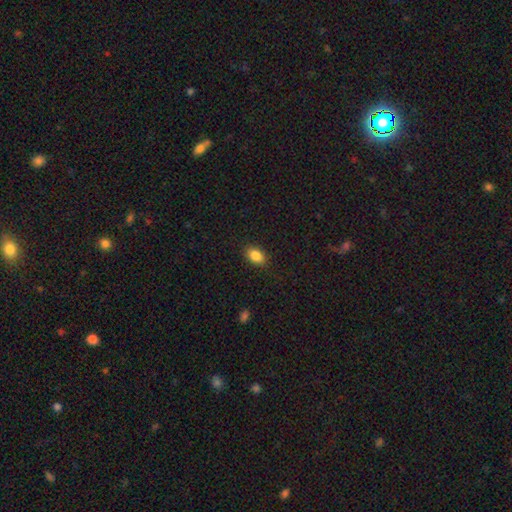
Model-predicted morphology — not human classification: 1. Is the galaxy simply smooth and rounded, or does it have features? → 86% smooth, 9% star or artifact, 6% featured or disk.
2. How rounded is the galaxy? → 82% in between, 17% round, 1% cigar-shaped.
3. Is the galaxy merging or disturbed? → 88% none, 8% minor disturbance, 2% major disturbance, 1% merger.